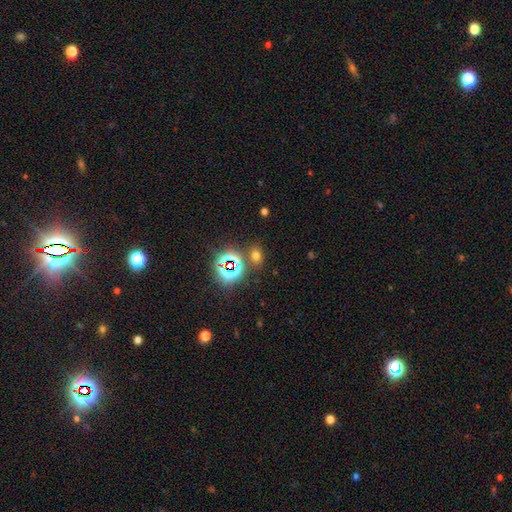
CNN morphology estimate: A smooth galaxy with no disk features (57%) that is in between round and cigar-shaped (61%).

Vote fractions:
- Smooth or featured? smooth: 57% / star or artifact: 36% / featured or disk: 7%
- How rounded? in between: 61% / round: 37% / cigar-shaped: 2%
- Merging? none: 78% / minor disturbance: 9% / merger: 9% / major disturbance: 4%